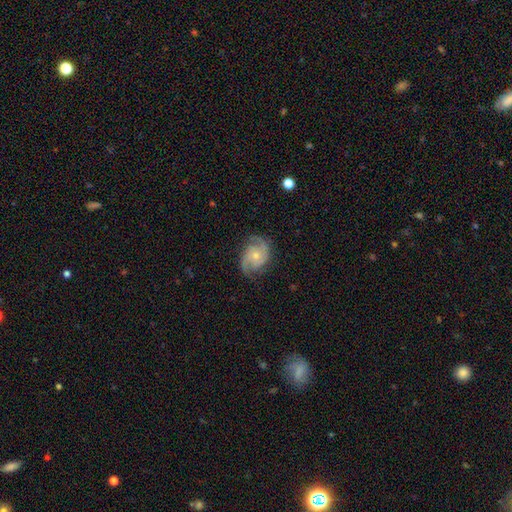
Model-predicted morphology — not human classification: featured or disk 83%, smooth 11%, star or artifact 5%. Down the decision tree: edge-on disk — no (98%); bar — no (70%); spiral arms — yes (96%); spiral arm count — 2 (82%); spiral winding — medium (50%); bulge size — small (53%); merging — none (75%).